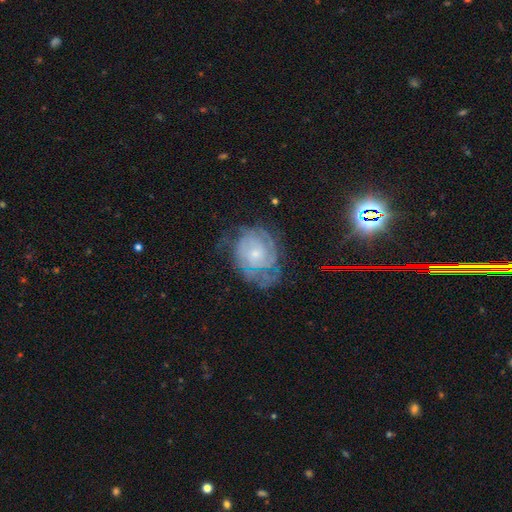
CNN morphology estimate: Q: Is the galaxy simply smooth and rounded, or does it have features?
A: featured or disk — 77%.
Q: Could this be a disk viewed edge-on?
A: no — 97%.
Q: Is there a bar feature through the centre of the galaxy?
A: no — 71%.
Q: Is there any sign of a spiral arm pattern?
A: yes — 95%.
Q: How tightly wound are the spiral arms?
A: tight — 74%.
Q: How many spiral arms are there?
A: can't tell — 34%.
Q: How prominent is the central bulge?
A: small — 66%.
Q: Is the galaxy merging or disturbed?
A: none — 68%.